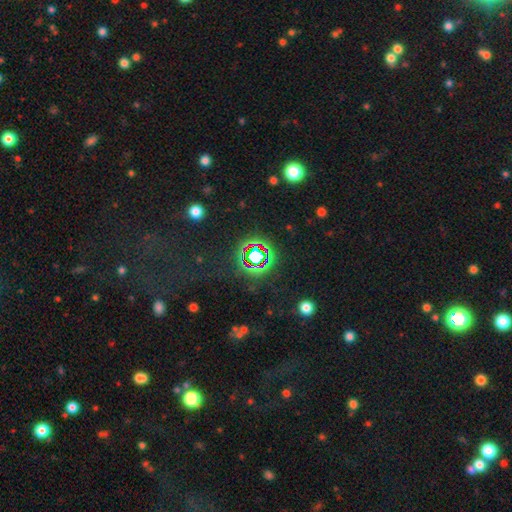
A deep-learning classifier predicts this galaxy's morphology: This is likely a star or artifact rather than a galaxy (71%).